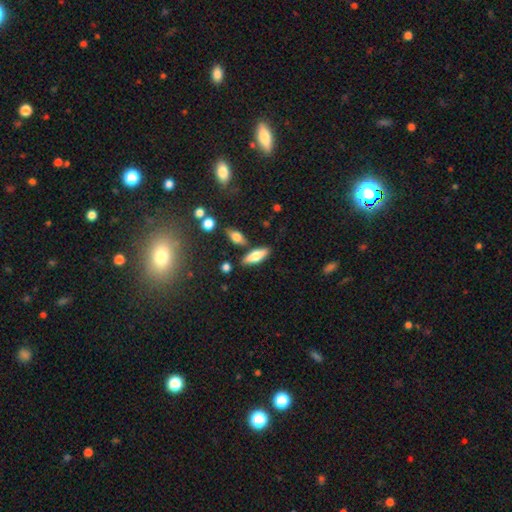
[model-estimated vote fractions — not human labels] smooth 64%, featured or disk 29%, star or artifact 7%. Down the decision tree: how rounded — in between (63%); merging — none (77%).